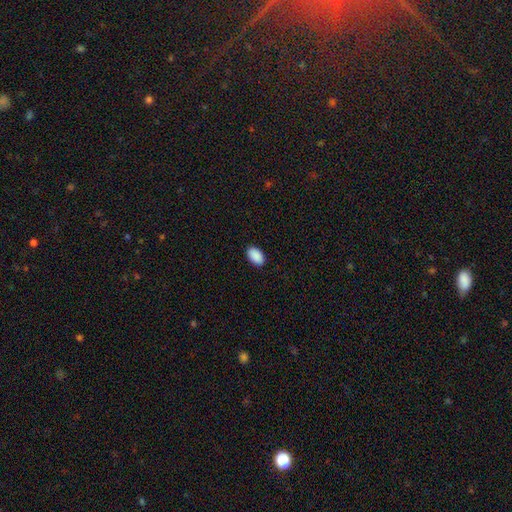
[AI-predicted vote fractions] smooth_or_featured: smooth (p=0.91) [alt: star or artifact p=0.07]
how_rounded: in between (p=0.94) [alt: round p=0.05]
merging: none (p=0.90) [alt: minor disturbance p=0.08]